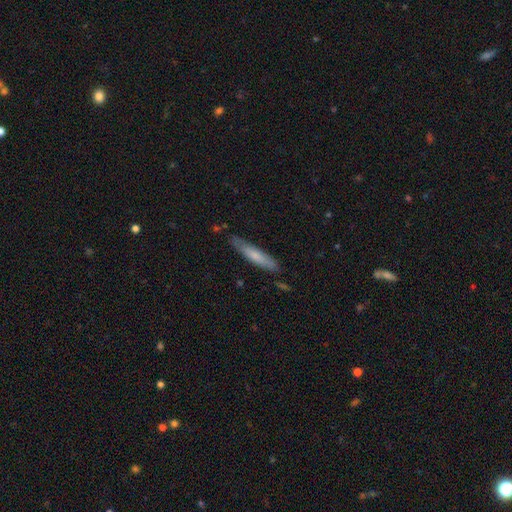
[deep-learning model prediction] This appears to be a smooth galaxy with no disk features (66%) that is cigar-shaped (89%). Merging: none (80%).